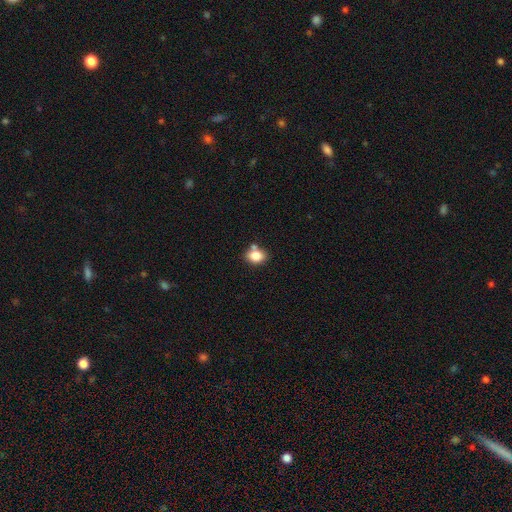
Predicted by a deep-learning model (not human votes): A smooth galaxy with no disk features (81%) that is in between round and cigar-shaped (59%).

Vote fractions:
- Smooth or featured? smooth: 81% / star or artifact: 10% / featured or disk: 9%
- How rounded? in between: 59% / round: 40% / cigar-shaped: 1%
- Merging? none: 63% / merger: 19% / minor disturbance: 15% / major disturbance: 4%